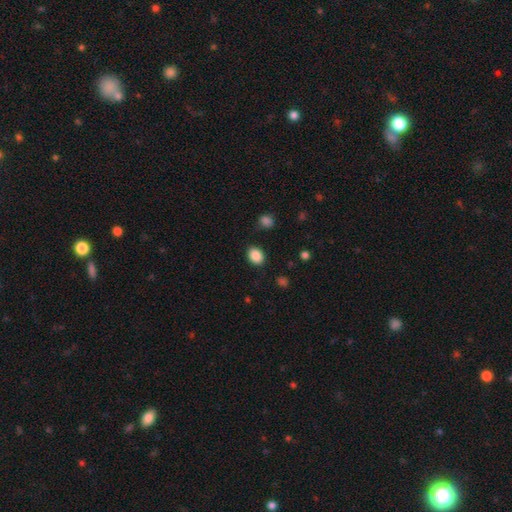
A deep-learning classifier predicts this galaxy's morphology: Smooth or featured? smooth (87%)
How rounded? in between (59%)
Merging? none (85%)